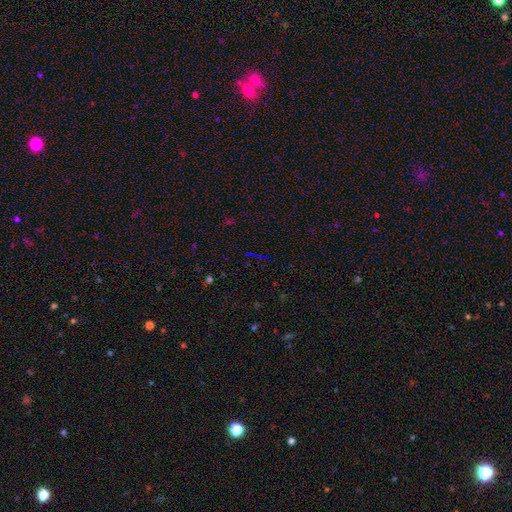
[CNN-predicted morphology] type=star or artifact (74%).